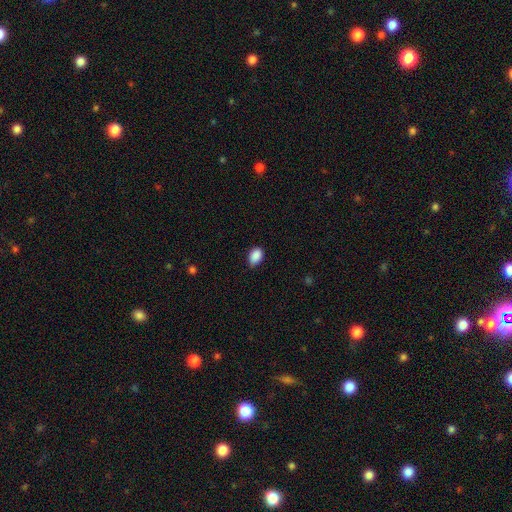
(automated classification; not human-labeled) This is clearly a smooth galaxy (89%). How rounded: clearly in between (85%). Merging: likely none (69%).